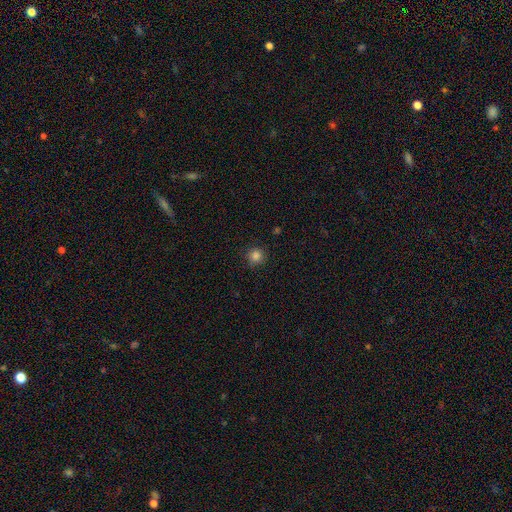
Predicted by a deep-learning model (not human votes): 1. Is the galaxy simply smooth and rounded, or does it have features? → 83% smooth, 13% star or artifact, 4% featured or disk.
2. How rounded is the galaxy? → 93% round, 6% in between, 1% cigar-shaped.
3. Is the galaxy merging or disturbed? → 86% none, 10% minor disturbance, 2% major disturbance, 1% merger.